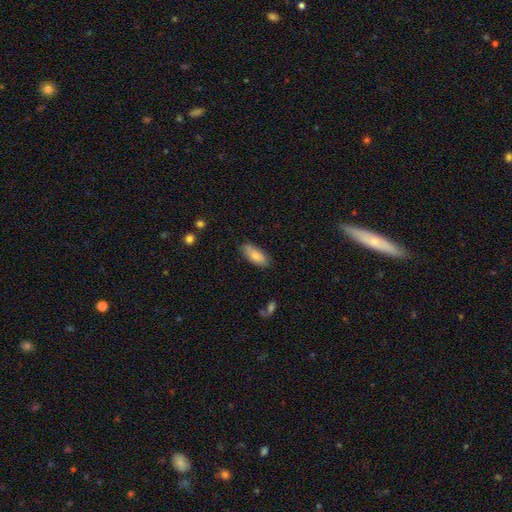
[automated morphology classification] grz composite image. It shows a smooth galaxy with no disk features (83%) that is in between round and cigar-shaped (80%). Merging: none (81%).